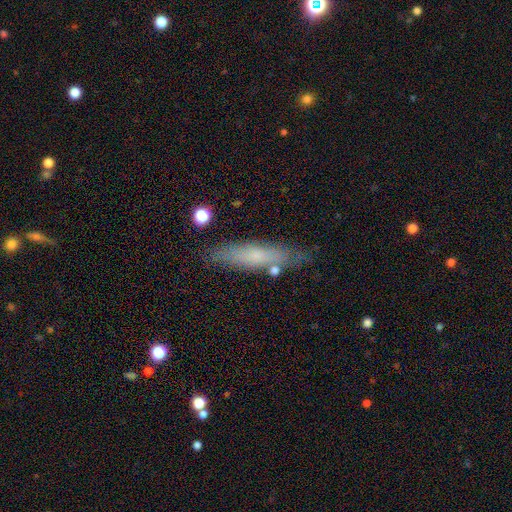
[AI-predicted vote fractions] Smooth or featured? smooth (61%)
How rounded? cigar-shaped (77%)
Merging? none (78%)